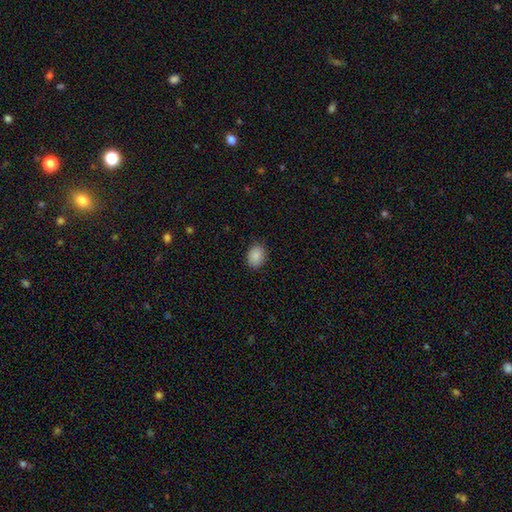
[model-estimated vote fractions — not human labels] Smooth or featured?
  - smooth: 89% *
  - star or artifact: 8%
  - featured or disk: 3%
How rounded?
  - in between: 71% *
  - round: 29%
  - cigar-shaped: 1%
Merging?
  - none: 87% *
  - minor disturbance: 10%
  - major disturbance: 2%
  - merger: 1%